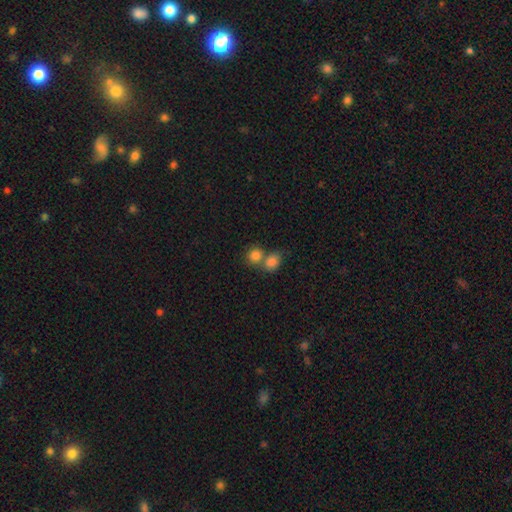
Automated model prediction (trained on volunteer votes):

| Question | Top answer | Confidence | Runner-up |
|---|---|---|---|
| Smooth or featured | smooth | 83% | star or artifact (10%) |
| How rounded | round | 75% | in between (24%) |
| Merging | merger | 52% | none (39%) |